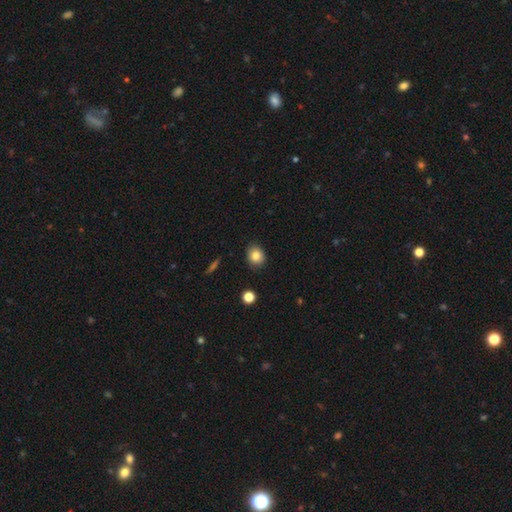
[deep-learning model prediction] Q: Smooth or featured?
A: smooth (82%); runner-up: star or artifact (10%)
Q: How rounded?
A: round (71%); runner-up: in between (28%)
Q: Merging?
A: none (87%); runner-up: minor disturbance (9%)